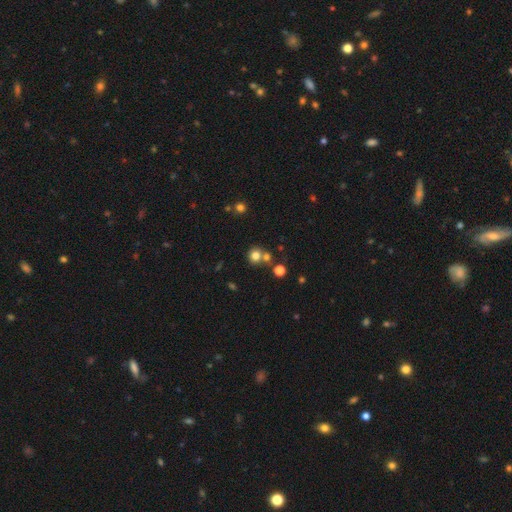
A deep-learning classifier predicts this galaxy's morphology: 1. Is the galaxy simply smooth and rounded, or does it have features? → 76% smooth, 15% star or artifact, 9% featured or disk.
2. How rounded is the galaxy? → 87% round, 12% in between, 1% cigar-shaped.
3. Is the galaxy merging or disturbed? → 59% none, 30% merger, 8% minor disturbance, 3% major disturbance.